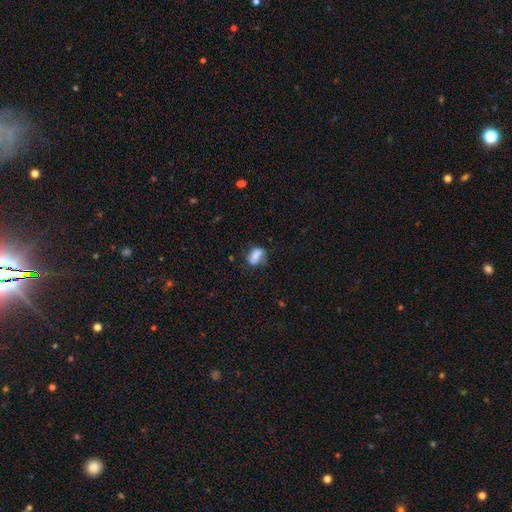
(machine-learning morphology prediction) Smooth or featured?
  - smooth: 72% *
  - featured or disk: 19%
  - star or artifact: 10%
How rounded?
  - in between: 77% *
  - round: 16%
  - cigar-shaped: 7%
Merging?
  - none: 49% *
  - minor disturbance: 28%
  - major disturbance: 12%
  - merger: 11%